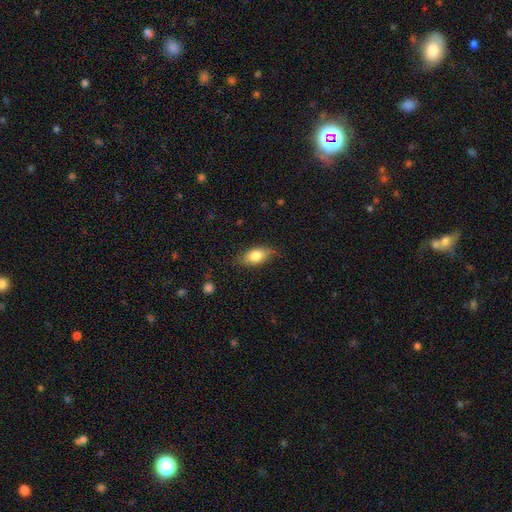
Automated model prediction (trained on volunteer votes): smooth 78%, featured or disk 15%, star or artifact 7%. Down the decision tree: how rounded — in between (86%); merging — none (75%).